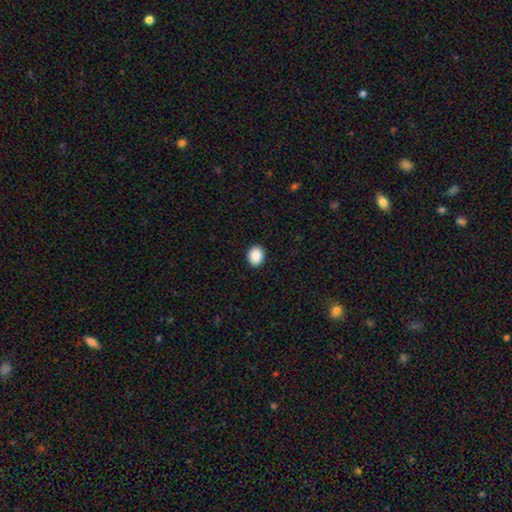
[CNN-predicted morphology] Overall: smooth (90%). How rounded: round (61%; in between 38%). Merging: none (91%).